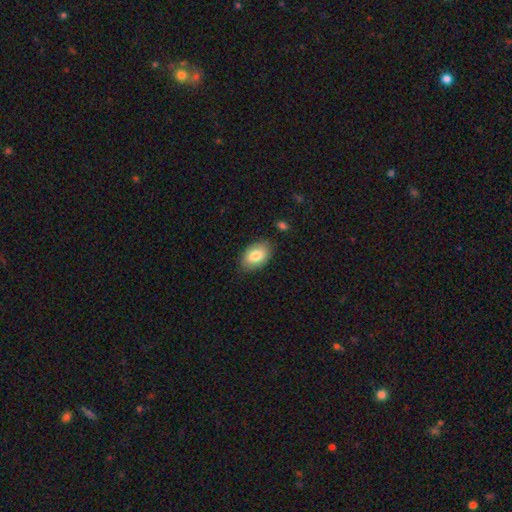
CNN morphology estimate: Overall: smooth (82%). How rounded: in between (92%). Merging: none (84%).